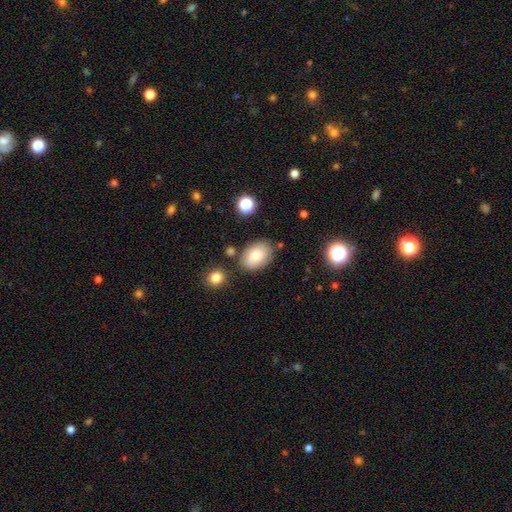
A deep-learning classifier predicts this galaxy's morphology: Smooth or featured? smooth (78%)
How rounded? in between (83%)
Merging? none (77%)